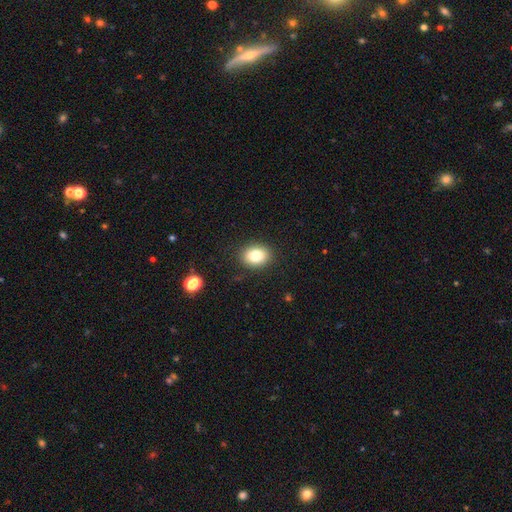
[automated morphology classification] A smooth galaxy with no disk features (81%) that is in between round and cigar-shaped (62%). Merging: none (88%).